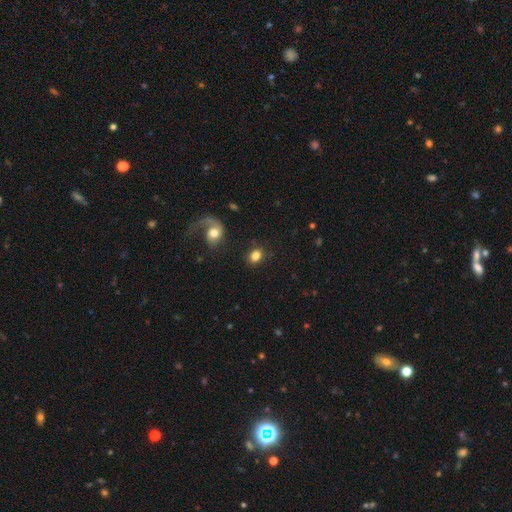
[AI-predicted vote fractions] The model was most divided on "how rounded": in between: 52%, round: 46%, cigar-shaped: 1%. More confident: smooth or featured — smooth (81%); merging — none (80%).